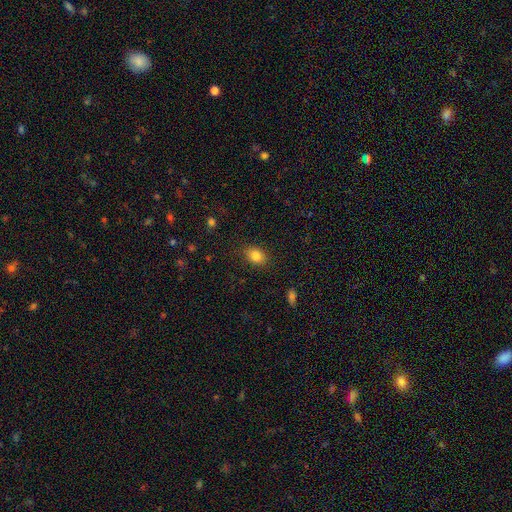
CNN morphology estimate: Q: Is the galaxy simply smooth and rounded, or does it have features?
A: smooth — 84%.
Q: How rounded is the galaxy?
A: in between — 63%.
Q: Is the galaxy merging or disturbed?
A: none — 85%.